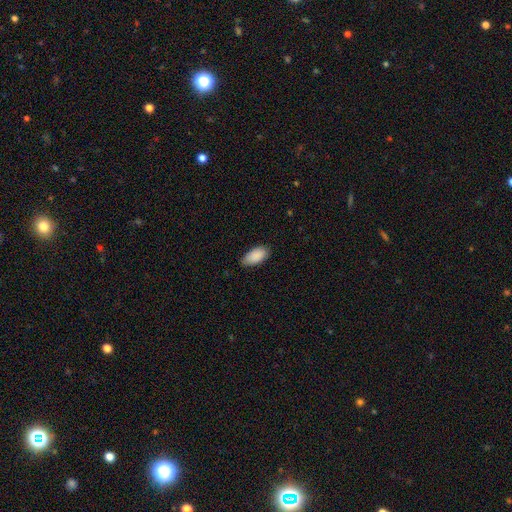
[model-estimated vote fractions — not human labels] smooth-or-featured: smooth: 90% | star or artifact: 6% | featured or disk: 4%
  how-rounded: in between: 94% | cigar-shaped: 4% | round: 2%
  merging: none: 81% | minor disturbance: 16% | major disturbance: 2% | merger: 1%